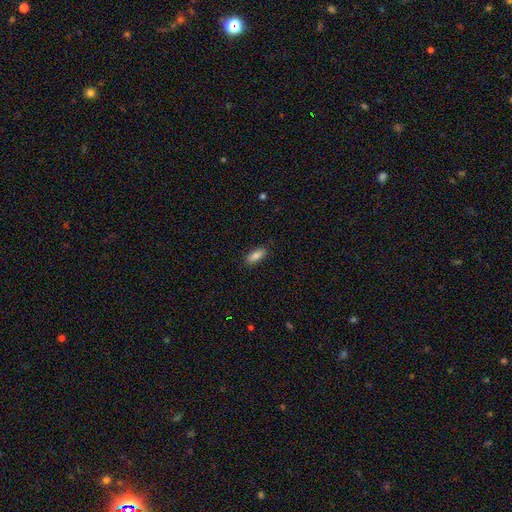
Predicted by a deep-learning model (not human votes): Overall: smooth (85%). How rounded: in between (80%). Merging: none (87%).